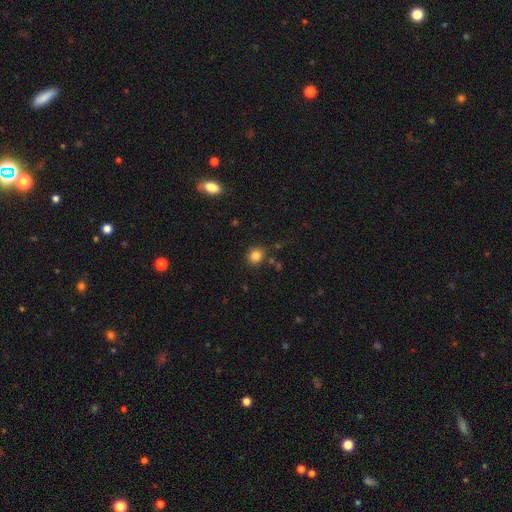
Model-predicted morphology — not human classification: Q: Smooth or featured?
A: smooth (84%); runner-up: star or artifact (12%)
Q: How rounded?
A: round (86%); runner-up: in between (13%)
Q: Merging?
A: none (85%); runner-up: minor disturbance (9%)